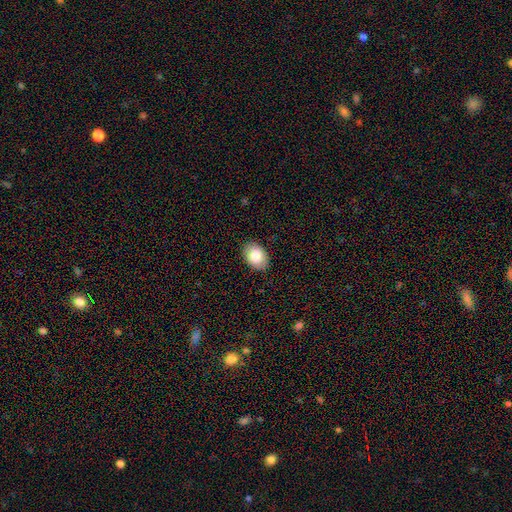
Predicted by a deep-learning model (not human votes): Overall: smooth (86%). How rounded: in between (82%). Merging: none (87%).